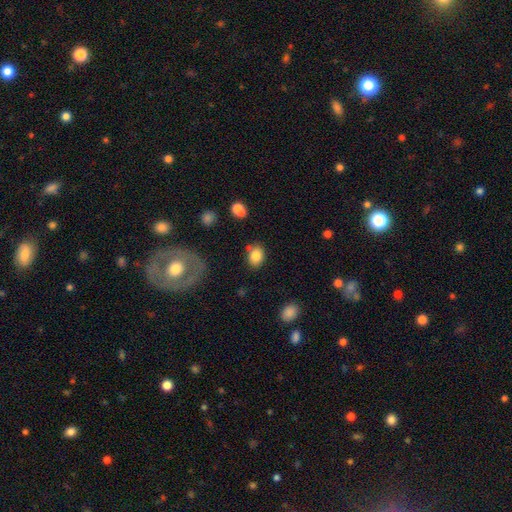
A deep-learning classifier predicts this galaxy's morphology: Smooth or featured? Predicted: smooth (p=0.83). How rounded? Predicted: in between (p=0.64). Merging? Predicted: none (p=0.75).